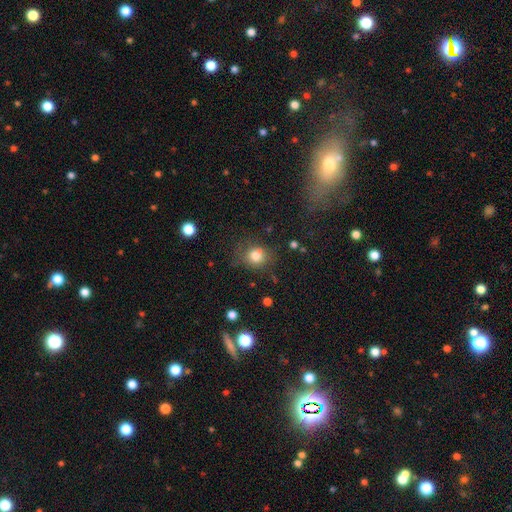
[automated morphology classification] The model was most divided on "merging": none: 70%, minor disturbance: 19%, major disturbance: 8%, merger: 3%. More confident: smooth or featured — smooth (80%); how rounded — round (76%).